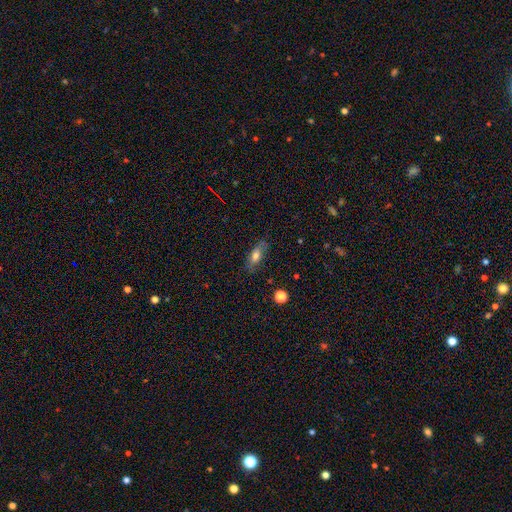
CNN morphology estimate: smooth-or-featured: smooth: 64% | featured or disk: 27% | star or artifact: 9%
  how-rounded: in between: 64% | cigar-shaped: 32% | round: 4%
  merging: none: 77% | minor disturbance: 17% | major disturbance: 4% | merger: 2%